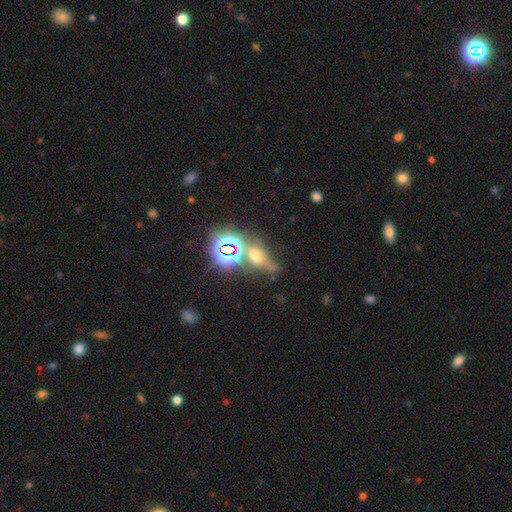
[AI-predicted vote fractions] Smooth or featured? Predicted: star or artifact (p=0.44).